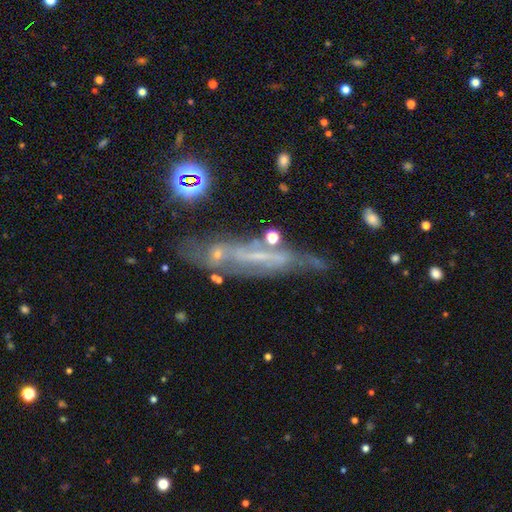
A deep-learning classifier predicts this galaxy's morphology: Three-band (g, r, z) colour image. It shows a featured or disk galaxy (64%) viewed edge-on (60%). Merging: none (58%).